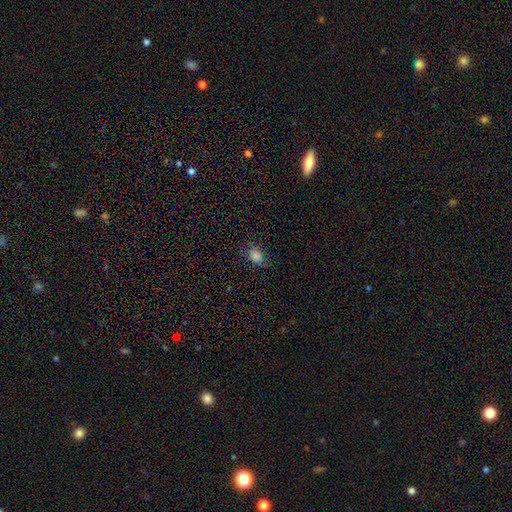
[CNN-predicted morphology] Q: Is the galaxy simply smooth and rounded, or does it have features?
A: smooth — 79%.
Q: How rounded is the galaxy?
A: in between — 53%.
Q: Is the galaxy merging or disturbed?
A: none — 74%.